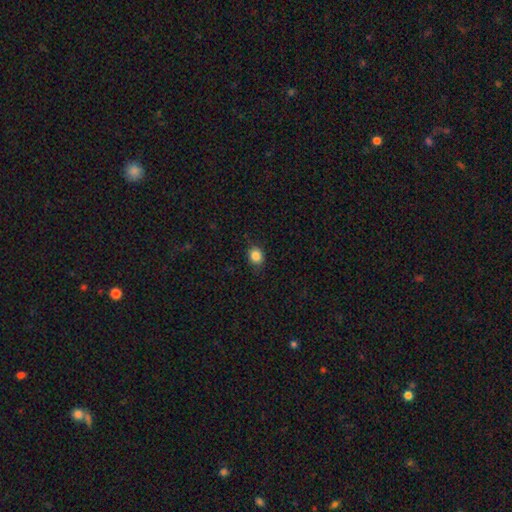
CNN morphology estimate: A smooth galaxy with no disk features (85%) that is round (73%). Merging: none (84%).